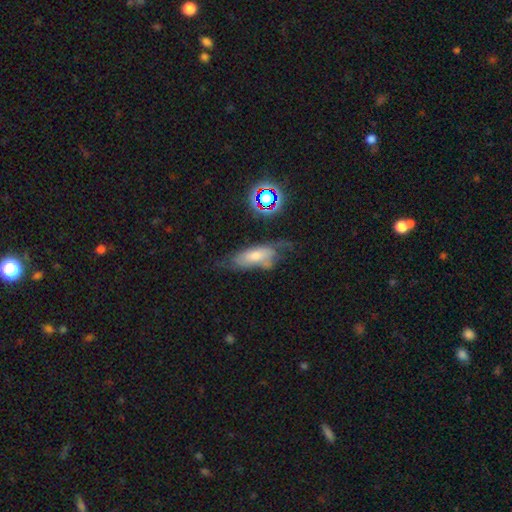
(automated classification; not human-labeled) smooth_or_featured: smooth (p=0.46) [alt: featured or disk p=0.40]
merging: none (p=0.42) [alt: minor disturbance p=0.29]